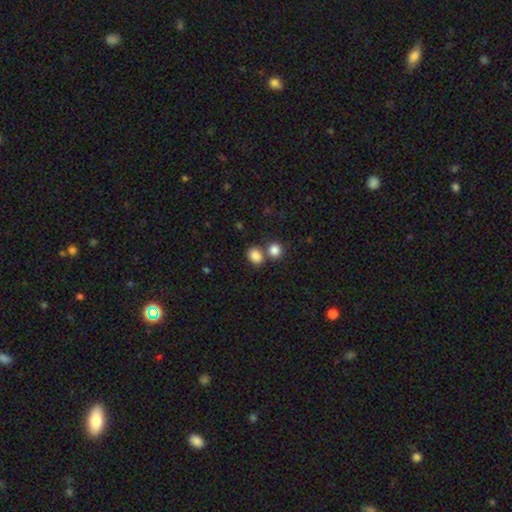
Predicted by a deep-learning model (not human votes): Smooth or featured: smooth — 85% (star or artifact — 10%)
How rounded: in between — 55% (round — 44%)
Merging: none — 57% (merger — 31%)